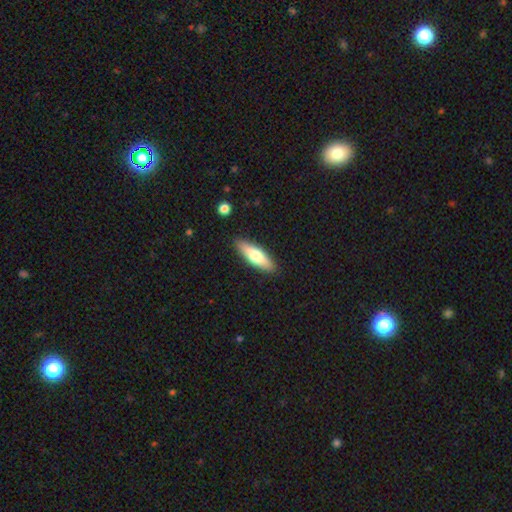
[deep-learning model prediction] The model was most divided on "how rounded": cigar-shaped: 53%, in between: 45%, round: 2%. More confident: merging — none (88%); smooth or featured — smooth (67%).